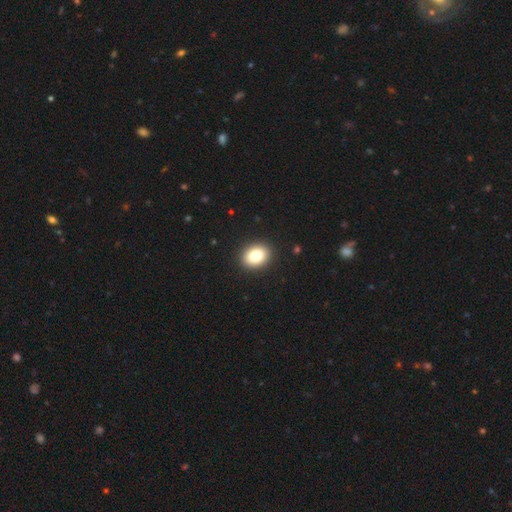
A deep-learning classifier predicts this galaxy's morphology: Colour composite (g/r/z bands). It shows a smooth galaxy with no disk features (81%) that is in between round and cigar-shaped (51%). Merging: none (92%).